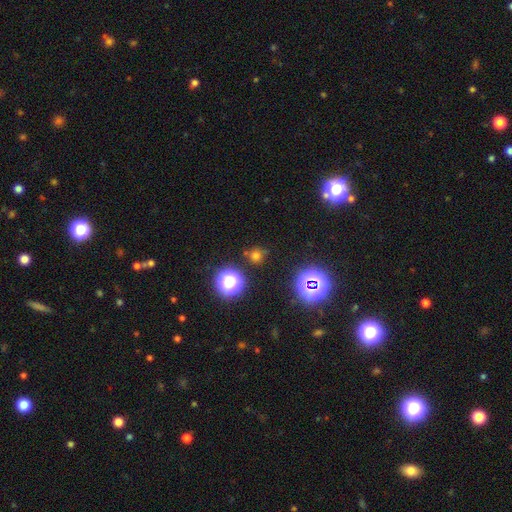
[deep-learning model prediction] This appears to be a smooth galaxy with no disk features (61%) that is round (90%). Merging: none (78%).